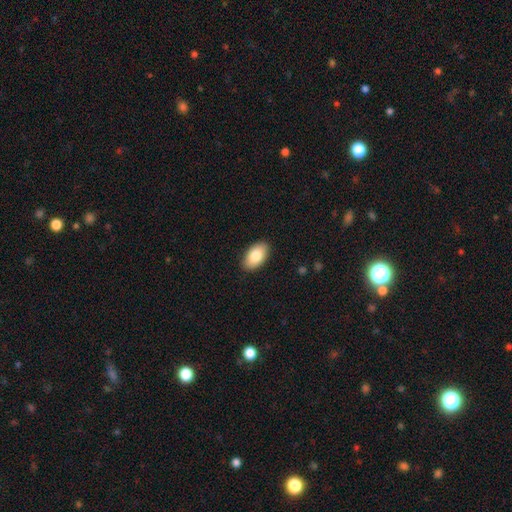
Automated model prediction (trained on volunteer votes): smooth 83%, featured or disk 11%, star or artifact 6%. Down the decision tree: how rounded — in between (95%); merging — none (89%).